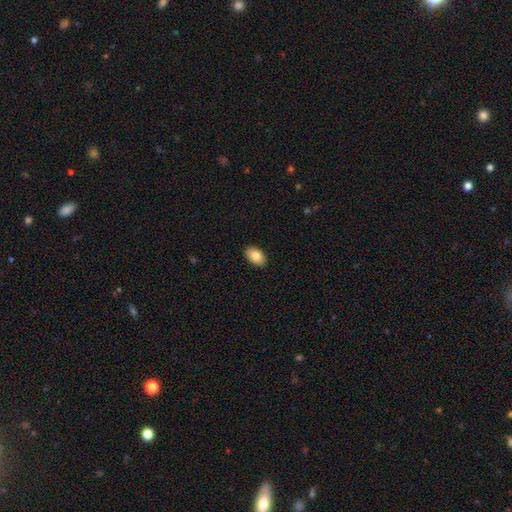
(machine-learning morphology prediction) Smooth or featured? Predicted: smooth (p=0.80). How rounded? Predicted: in between (p=0.91). Merging? Predicted: none (p=0.89).